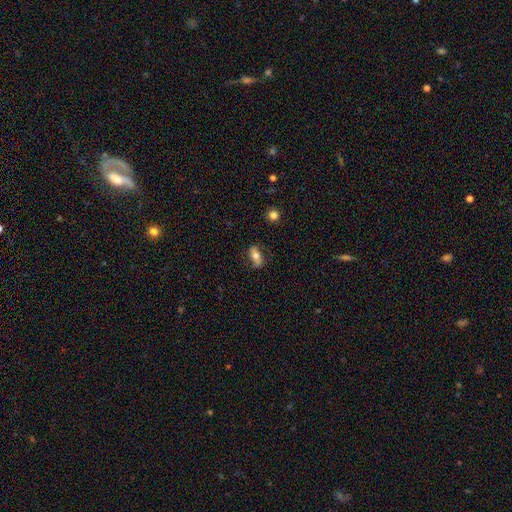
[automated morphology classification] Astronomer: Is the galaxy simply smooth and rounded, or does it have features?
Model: smooth — 54% (runner-up: featured or disk, 38%).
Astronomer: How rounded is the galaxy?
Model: in between — 78%.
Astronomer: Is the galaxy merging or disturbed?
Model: none — 73%.